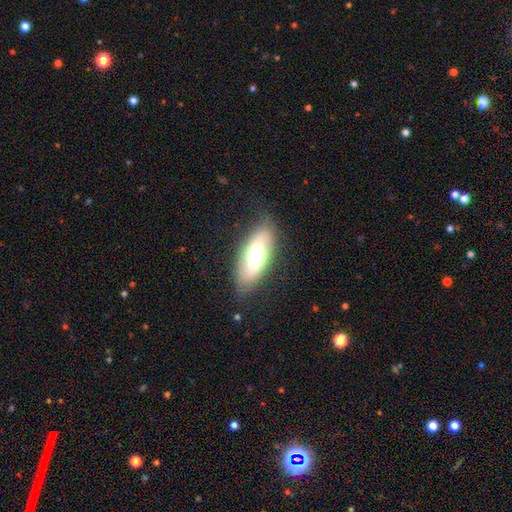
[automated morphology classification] Smooth or featured: smooth — 53% (featured or disk — 39%)
How rounded: in between — 76% (cigar-shaped — 21%)
Merging: none — 79% (minor disturbance — 15%)